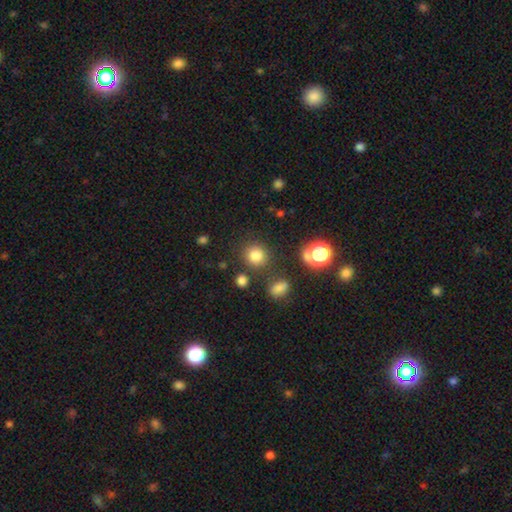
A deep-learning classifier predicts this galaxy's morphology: smooth 78%, star or artifact 16%, featured or disk 6%. Down the decision tree: how rounded — round (88%); merging — none (82%).